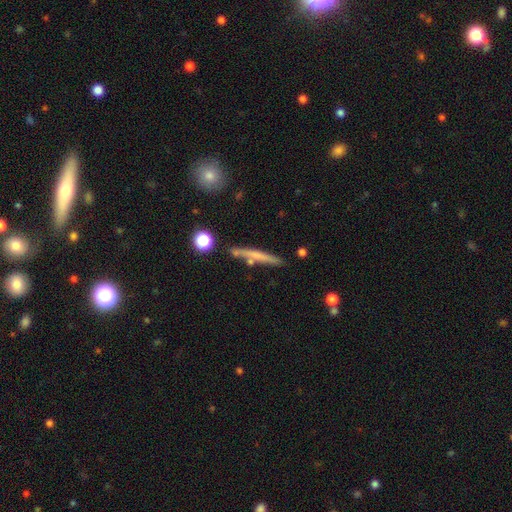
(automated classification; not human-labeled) Q: Smooth or featured?
A: smooth (53%); runner-up: featured or disk (40%)
Q: How rounded?
A: cigar-shaped (94%); runner-up: in between (4%)
Q: Merging?
A: none (78%); runner-up: minor disturbance (12%)